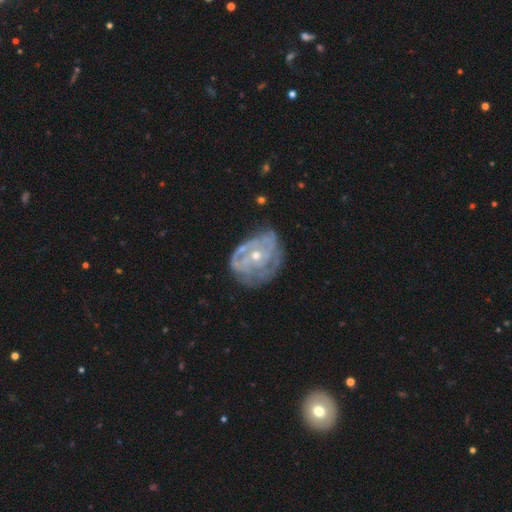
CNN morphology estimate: smooth_or_featured: featured or disk (p=0.83) [alt: smooth p=0.11]
disk_edge_on: no (p=0.97) [alt: yes p=0.03]
bar: no (p=0.75) [alt: weak p=0.19]
has_spiral_arms: yes (p=0.82) [alt: no p=0.18]
spiral_winding: tight (p=0.64) [alt: medium p=0.27]
spiral_arm_count: can't tell (p=0.41) [alt: 2 p=0.21]
bulge_size: small (p=0.51) [alt: moderate p=0.46]
merging: none (p=0.54) [alt: minor disturbance p=0.26]